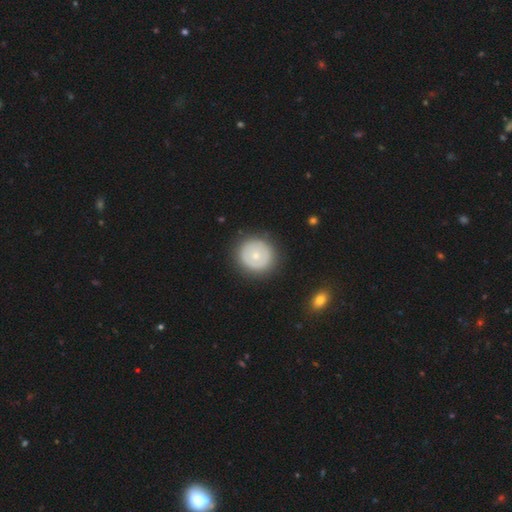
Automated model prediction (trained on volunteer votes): Smooth or featured? smooth (57%)
How rounded? round (92%)
Merging? none (87%)